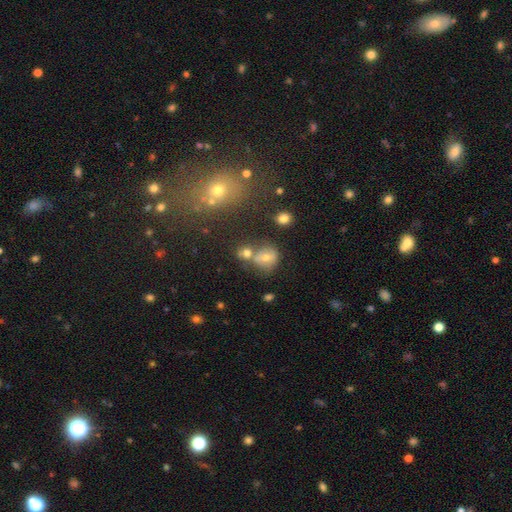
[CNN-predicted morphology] The model was most divided on "smooth or featured": smooth: 52%, star or artifact: 33%, featured or disk: 16%. More confident: how rounded — round (63%); merging — none (57%).